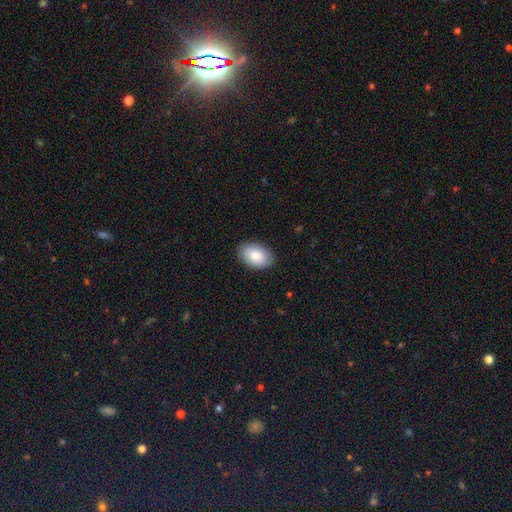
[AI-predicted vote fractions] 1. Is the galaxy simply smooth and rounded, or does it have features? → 85% smooth, 8% featured or disk, 6% star or artifact.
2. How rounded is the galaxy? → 90% in between, 9% round, 1% cigar-shaped.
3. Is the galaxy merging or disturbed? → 88% none, 9% minor disturbance, 2% major disturbance, 1% merger.